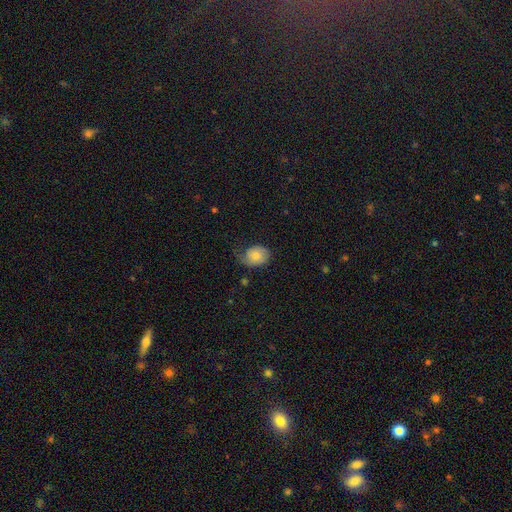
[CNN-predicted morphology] Smooth or featured? Predicted: smooth (p=0.60). How rounded? Predicted: in between (p=0.57). Merging? Predicted: none (p=0.44).